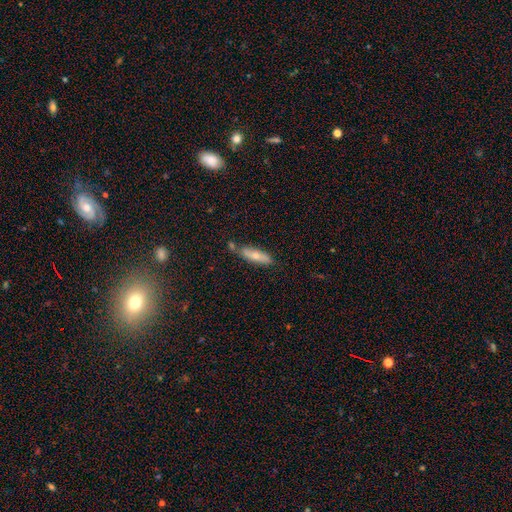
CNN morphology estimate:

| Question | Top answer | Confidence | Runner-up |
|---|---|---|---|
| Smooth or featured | smooth | 64% | featured or disk (29%) |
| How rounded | cigar-shaped | 57% | in between (40%) |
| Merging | none | 70% | minor disturbance (17%) |